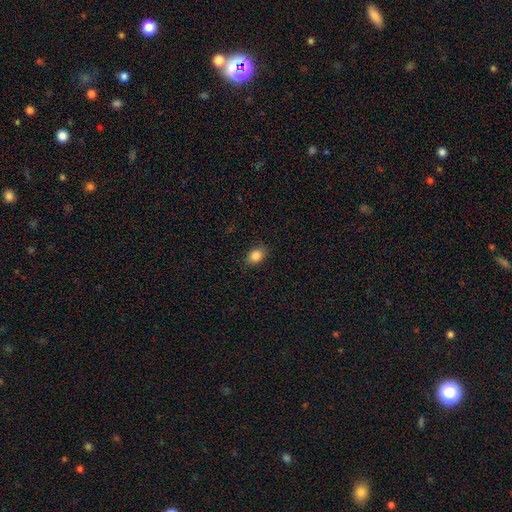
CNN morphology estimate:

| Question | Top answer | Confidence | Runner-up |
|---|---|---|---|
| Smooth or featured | smooth | 86% | star or artifact (10%) |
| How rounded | in between | 67% | round (32%) |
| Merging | none | 84% | minor disturbance (12%) |